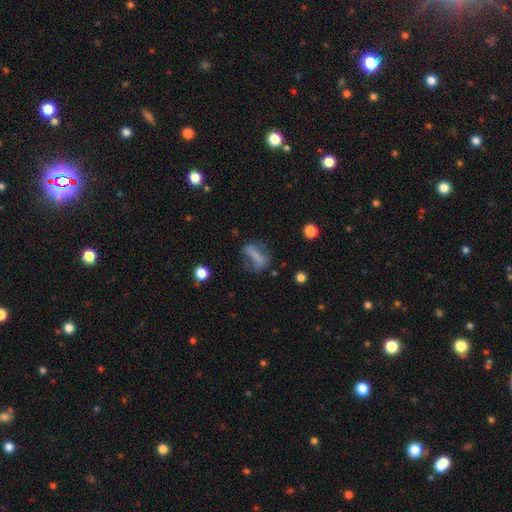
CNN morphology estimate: This appears to be a smooth galaxy with no disk features (57%) that is in between round and cigar-shaped (56%). Merging: none (43%).